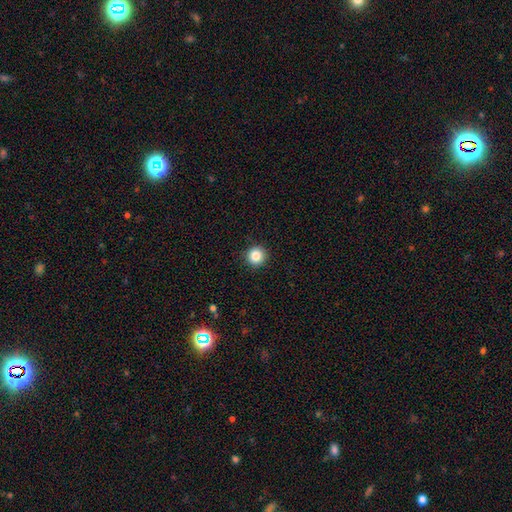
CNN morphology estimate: This appears to be a smooth galaxy with no disk features (85%) that is round (95%). Merging: none (93%).